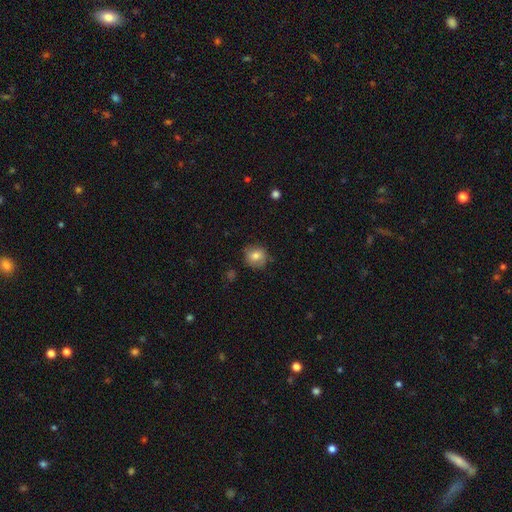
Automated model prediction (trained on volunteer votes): Overall: smooth (78%). How rounded: round (84%). Merging: none (77%).